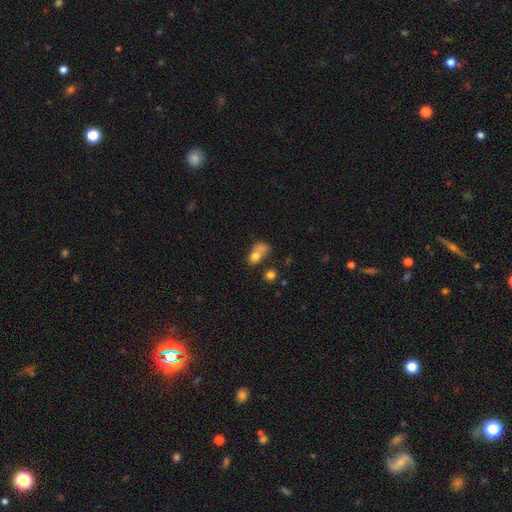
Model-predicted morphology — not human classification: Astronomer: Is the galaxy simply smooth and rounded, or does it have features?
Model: smooth — 73%.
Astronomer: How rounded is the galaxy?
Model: in between — 63%.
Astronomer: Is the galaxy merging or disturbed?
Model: merger — 41% (runner-up: none, 25%).